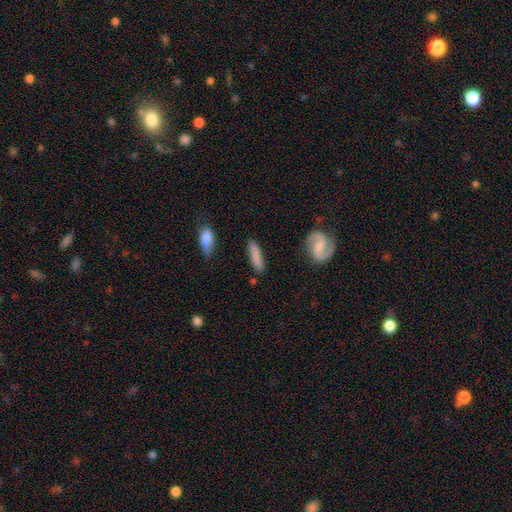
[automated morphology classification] smooth 77%, featured or disk 16%, star or artifact 6%. Down the decision tree: how rounded — cigar-shaped (70%); merging — none (82%).